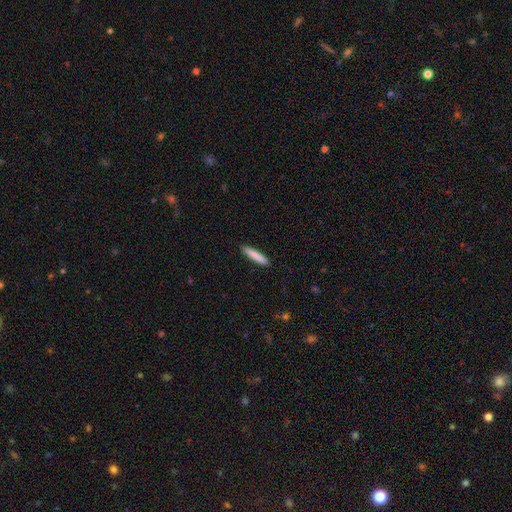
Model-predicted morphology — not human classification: This appears to be a smooth galaxy with no disk features (82%) that is cigar-shaped (93%). Merging: none (91%).